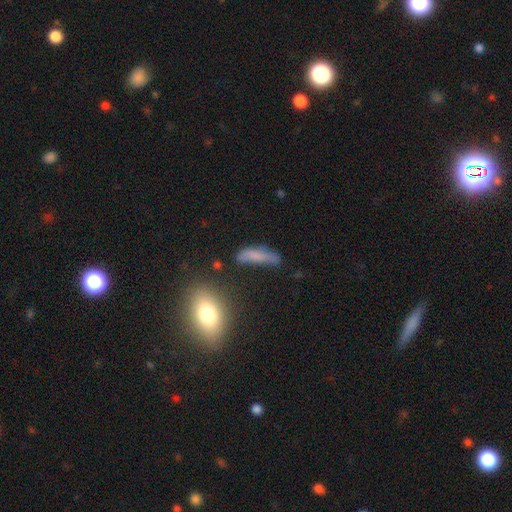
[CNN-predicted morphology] A smooth galaxy with no disk features (71%) that is cigar-shaped (69%).

Vote fractions:
- Smooth or featured? smooth: 71% / featured or disk: 17% / star or artifact: 11%
- How rounded? cigar-shaped: 69% / in between: 27% / round: 4%
- Merging? none: 47% / minor disturbance: 29% / major disturbance: 16% / merger: 8%